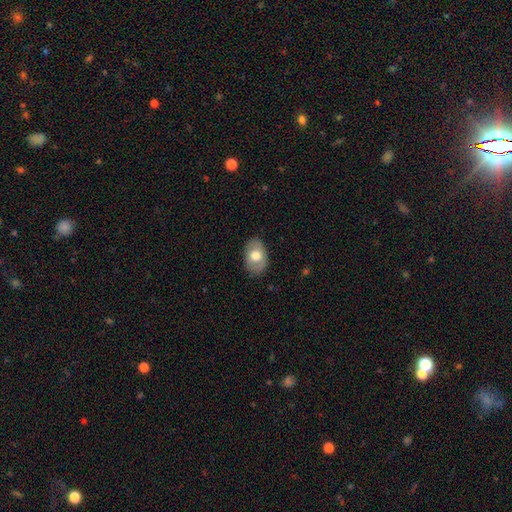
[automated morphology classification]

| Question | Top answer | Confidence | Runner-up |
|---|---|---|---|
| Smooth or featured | smooth | 63% | featured or disk (30%) |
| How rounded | in between | 83% | round (15%) |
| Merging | none | 82% | minor disturbance (14%) |